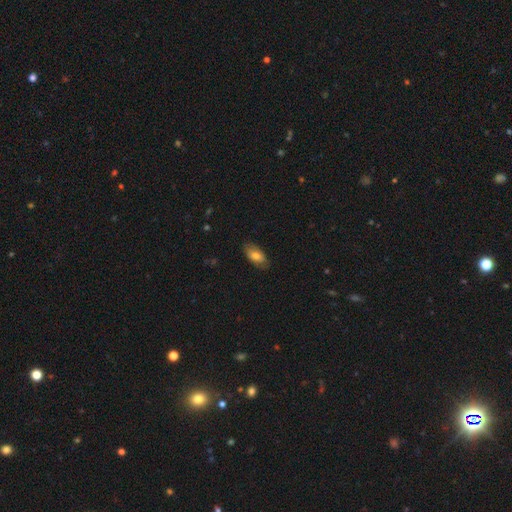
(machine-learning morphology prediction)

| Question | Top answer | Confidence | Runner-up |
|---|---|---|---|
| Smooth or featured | smooth | 72% | featured or disk (21%) |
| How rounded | in between | 91% | cigar-shaped (5%) |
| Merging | none | 79% | minor disturbance (16%) |